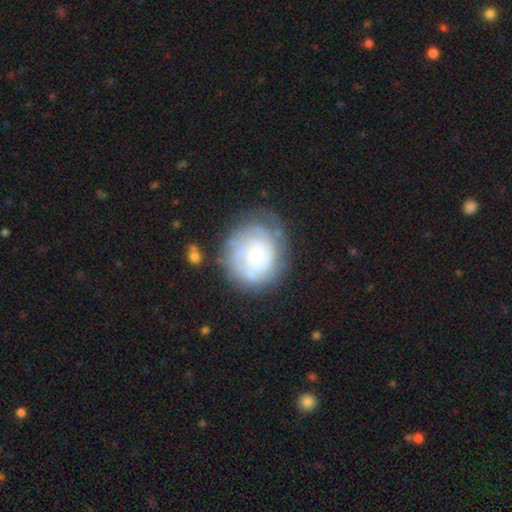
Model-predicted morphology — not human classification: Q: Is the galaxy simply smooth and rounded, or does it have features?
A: featured or disk — 66%.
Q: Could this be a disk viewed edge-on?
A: no — 98%.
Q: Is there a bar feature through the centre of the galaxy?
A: no — 80%.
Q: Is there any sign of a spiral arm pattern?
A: yes — 82%.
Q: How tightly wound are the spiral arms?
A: tight — 72%.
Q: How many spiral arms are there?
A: can't tell — 51%.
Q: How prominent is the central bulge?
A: small — 64%.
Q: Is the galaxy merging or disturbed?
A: none — 67%.